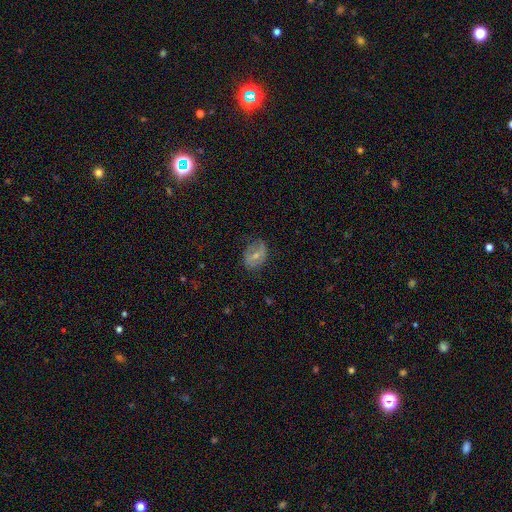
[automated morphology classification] smooth-or-featured: smooth: 49% | featured or disk: 41% | star or artifact: 11%
  merging: none: 66% | minor disturbance: 24% | major disturbance: 9% | merger: 1%